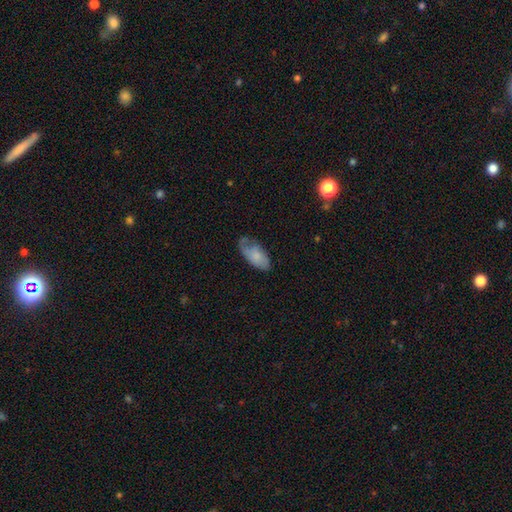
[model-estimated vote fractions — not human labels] smooth 68%, featured or disk 25%, star or artifact 6%. Down the decision tree: how rounded — in between (92%); merging — none (44%).